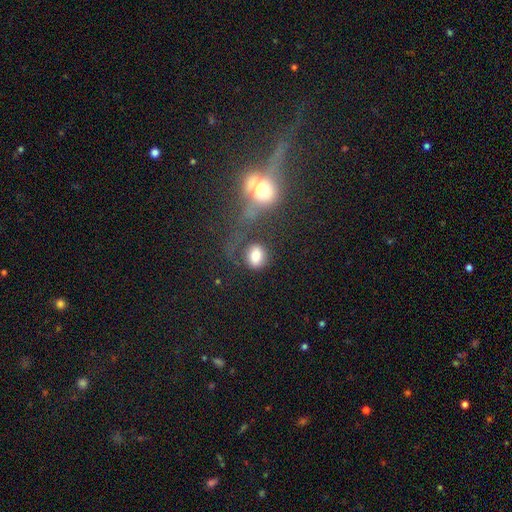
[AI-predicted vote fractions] A smooth galaxy with no disk features (79%) that is round (52%).

Vote fractions:
- Smooth or featured? smooth: 79% / featured or disk: 11% / star or artifact: 9%
- How rounded? round: 52% / in between: 46% / cigar-shaped: 2%
- Merging? none: 57% / minor disturbance: 16% / merger: 15% / major disturbance: 13%